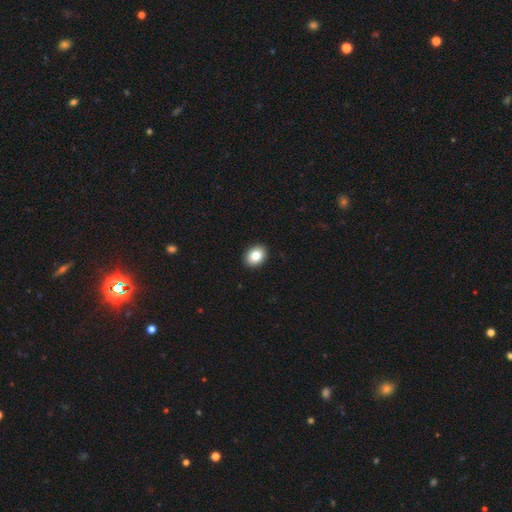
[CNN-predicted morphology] Smooth or featured? Predicted: smooth (p=0.85). How rounded? Predicted: in between (p=0.64). Merging? Predicted: none (p=0.92).